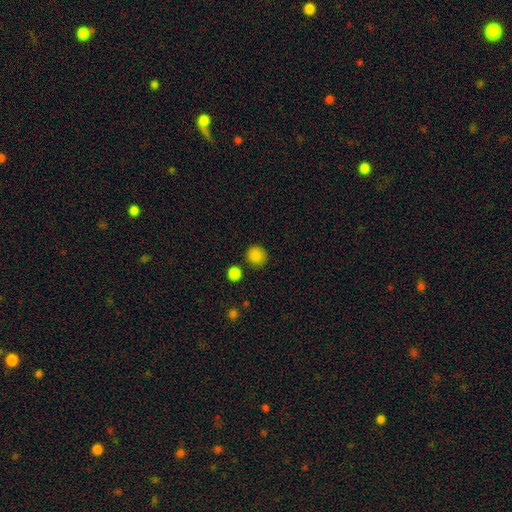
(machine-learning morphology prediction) Smooth or featured? smooth (86%)
How rounded? round (90%)
Merging? none (83%)